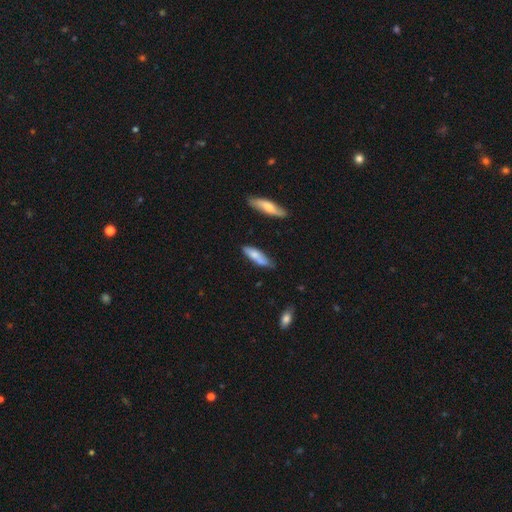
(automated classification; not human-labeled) This is likely a smooth galaxy (69%). How rounded: possibly cigar-shaped (58%). Merging: likely none (65%).